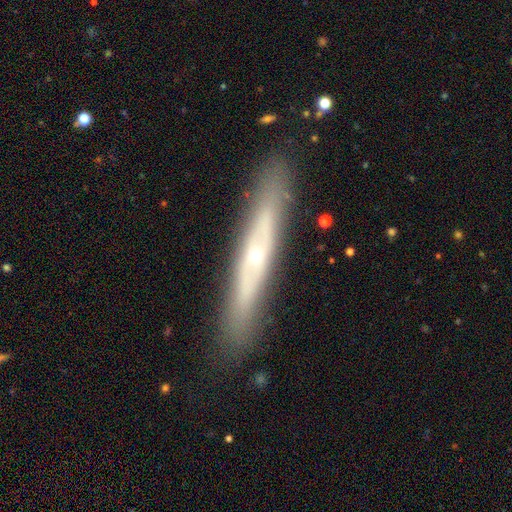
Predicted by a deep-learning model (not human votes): Q: Smooth or featured?
A: featured or disk (65%); runner-up: smooth (28%)
Q: Edge-on disk?
A: yes (73%); runner-up: no (27%)
Q: Merging?
A: none (86%); runner-up: minor disturbance (10%)